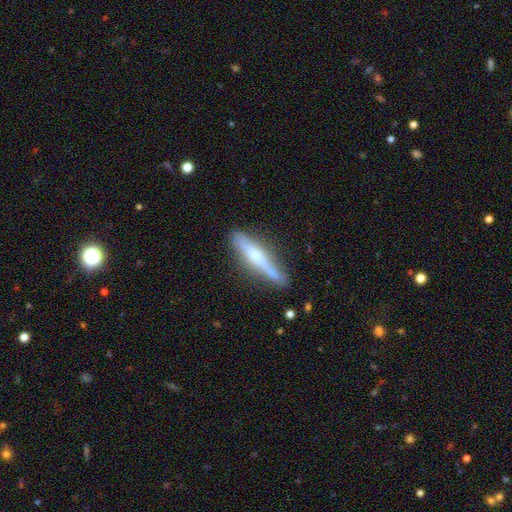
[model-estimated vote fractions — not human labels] The model was most divided on "smooth or featured": featured or disk: 60%, smooth: 34%, star or artifact: 6%. More confident: edge-on disk — yes (94%); merging — none (80%); edge-on bulge — rounded (79%).